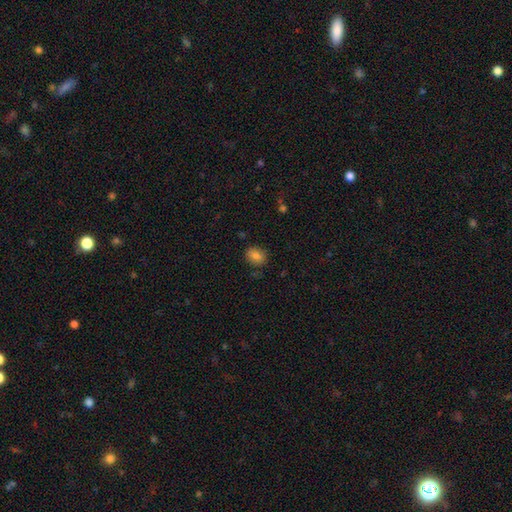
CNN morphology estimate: Q: Smooth or featured?
A: smooth (82%); runner-up: star or artifact (10%)
Q: How rounded?
A: in between (58%); runner-up: round (41%)
Q: Merging?
A: none (85%); runner-up: minor disturbance (11%)